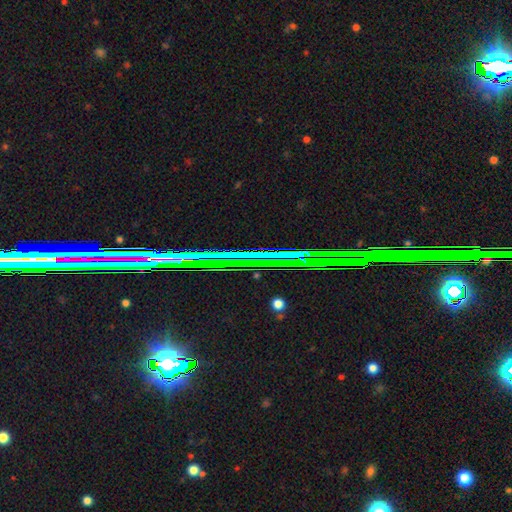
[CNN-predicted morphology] star or artifact 80%, featured or disk 11%, smooth 9%.